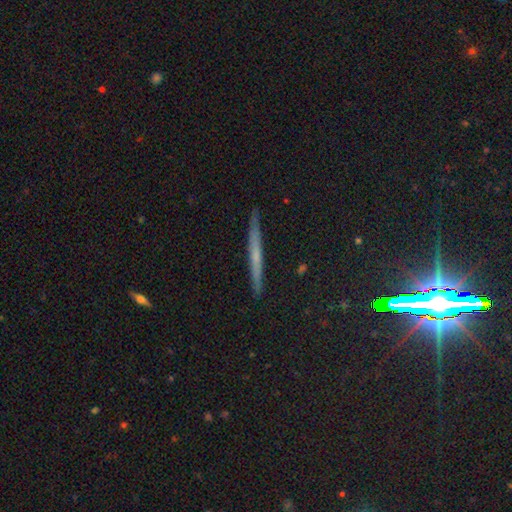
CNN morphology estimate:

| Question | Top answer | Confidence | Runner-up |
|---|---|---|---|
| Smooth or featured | featured or disk | 50% | smooth (36%) |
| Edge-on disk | yes | 96% | no (4%) |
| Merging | none | 91% | minor disturbance (7%) |